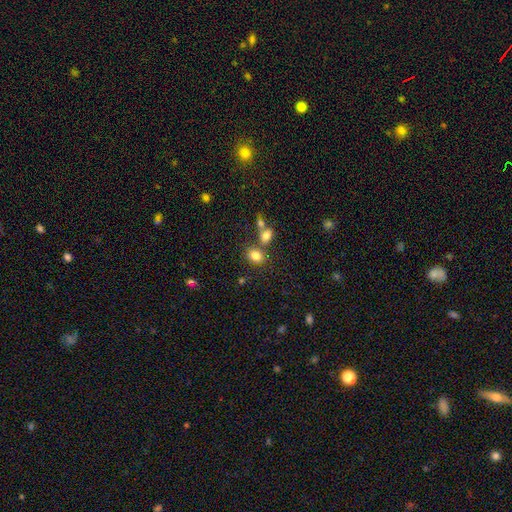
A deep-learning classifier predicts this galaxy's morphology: This is clearly a smooth galaxy (81%). How rounded: likely in between (65%). Merging: likely none (63%).